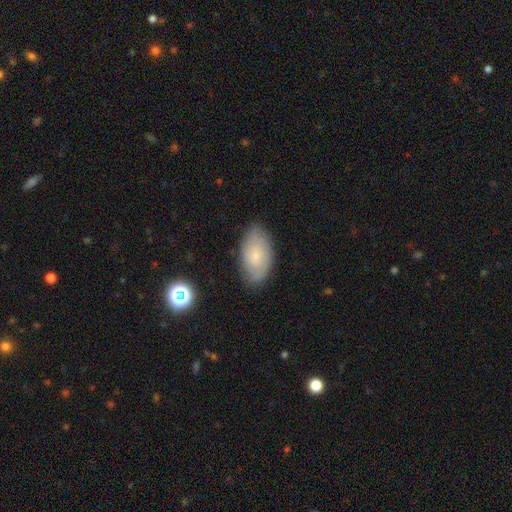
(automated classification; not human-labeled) The model was most divided on "smooth or featured": smooth: 51%, featured or disk: 40%, star or artifact: 9%. More confident: how rounded — in between (93%); merging — none (78%).